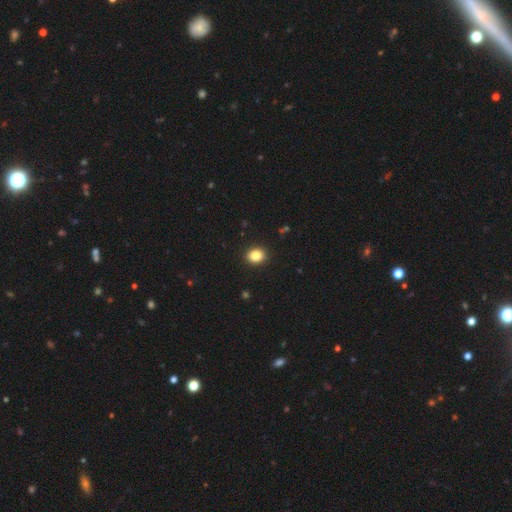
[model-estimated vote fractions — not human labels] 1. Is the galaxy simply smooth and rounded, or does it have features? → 85% smooth, 10% star or artifact, 5% featured or disk.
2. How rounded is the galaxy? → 61% round, 38% in between, 1% cigar-shaped.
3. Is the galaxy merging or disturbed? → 92% none, 6% minor disturbance, 2% major disturbance, 1% merger.